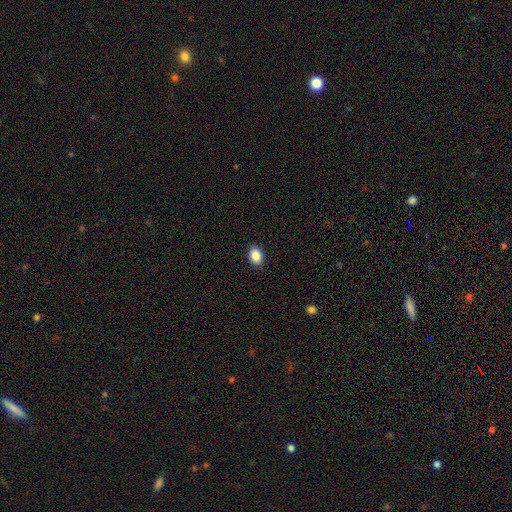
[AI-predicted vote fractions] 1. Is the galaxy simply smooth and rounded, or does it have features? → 88% smooth, 8% star or artifact, 4% featured or disk.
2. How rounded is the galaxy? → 81% in between, 18% round, 1% cigar-shaped.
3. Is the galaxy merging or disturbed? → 90% none, 7% minor disturbance, 2% major disturbance, 1% merger.